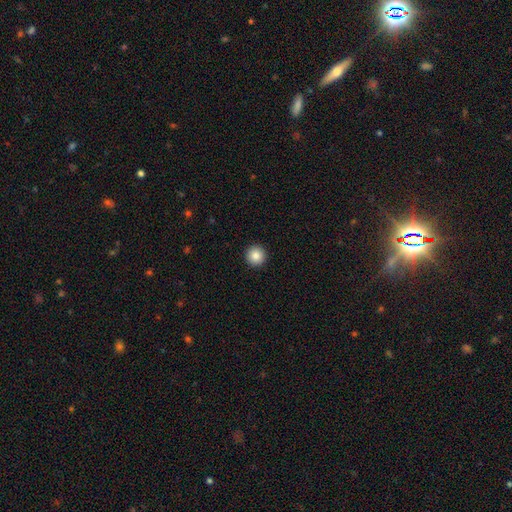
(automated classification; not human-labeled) Q: Smooth or featured?
A: smooth (86%); runner-up: star or artifact (9%)
Q: How rounded?
A: round (96%); runner-up: in between (3%)
Q: Merging?
A: none (94%); runner-up: minor disturbance (4%)